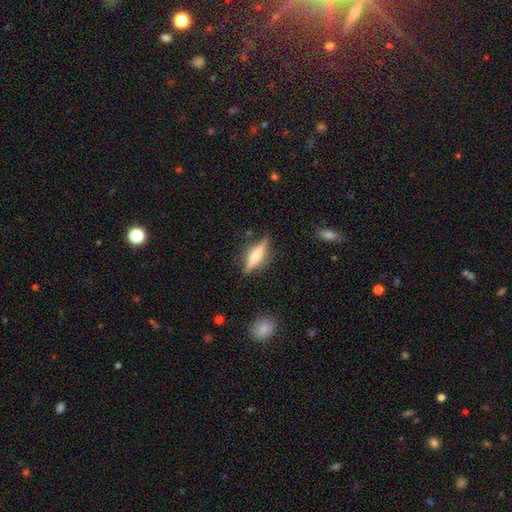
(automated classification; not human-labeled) A featured or disk galaxy (63%) viewed edge-on (96%) with a rounded central bulge (80%).

Vote fractions:
- Smooth or featured? featured or disk: 63% / smooth: 30% / star or artifact: 7%
- Edge-on disk? yes: 96% / no: 4%
- Edge-on bulge? rounded: 80% / boxy: 12% / none: 8%
- Merging? none: 85% / minor disturbance: 10% / major disturbance: 3% / merger: 2%